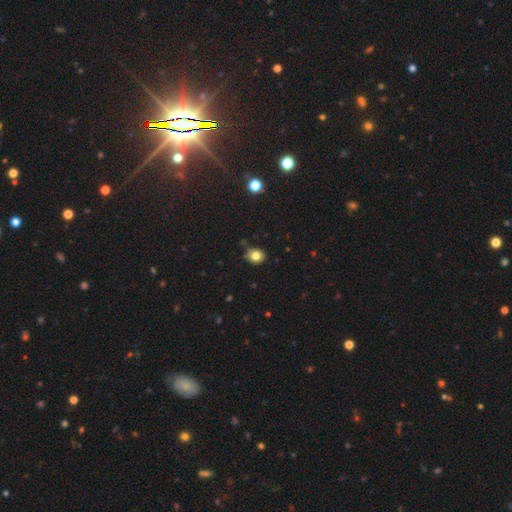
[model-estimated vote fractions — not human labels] This appears to be a smooth galaxy with no disk features (80%) that is round (70%). Merging: none (76%).